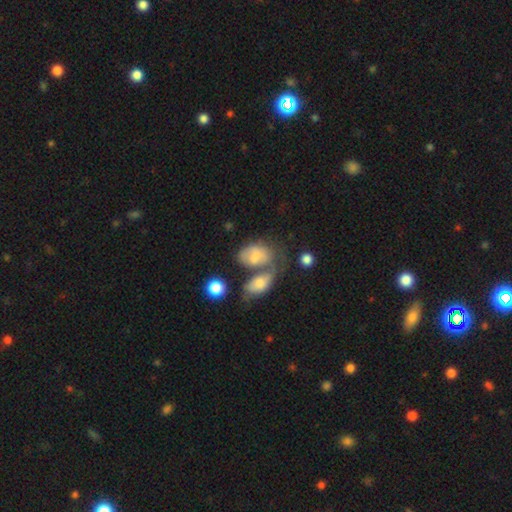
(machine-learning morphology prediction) A smooth galaxy with no disk features (65%) that is in between round and cigar-shaped (84%). Merging: merger (43%).